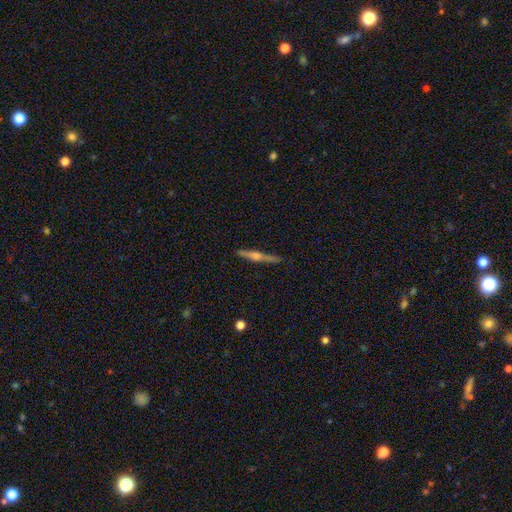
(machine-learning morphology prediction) Smooth or featured? featured or disk (77%)
Edge-on disk? yes (98%)
Edge-on bulge? rounded (86%)
Merging? none (90%)